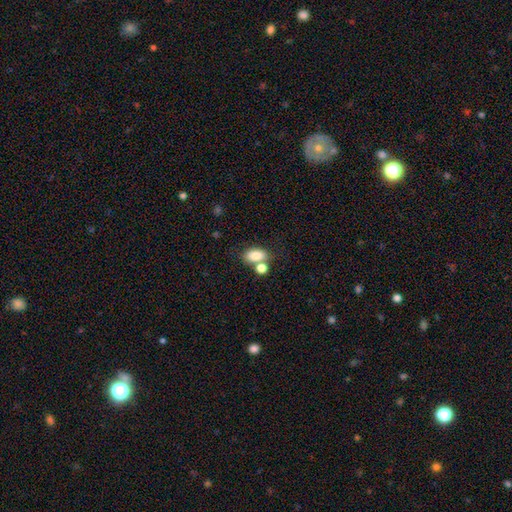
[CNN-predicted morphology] Smooth or featured? Predicted: smooth (p=0.81). How rounded? Predicted: in between (p=0.86). Merging? Predicted: none (p=0.48).